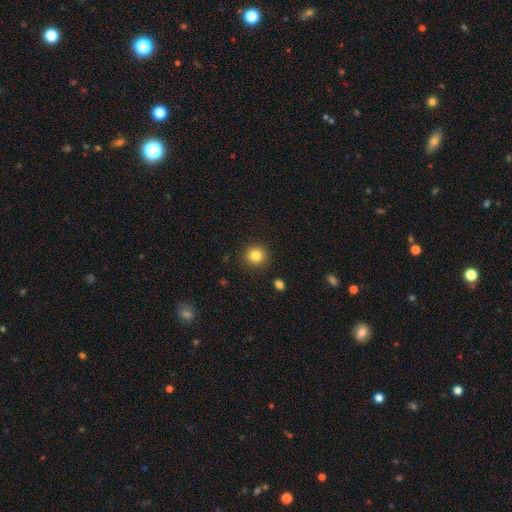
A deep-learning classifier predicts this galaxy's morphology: smooth 83%, star or artifact 11%, featured or disk 6%. Down the decision tree: how rounded — round (92%); merging — none (91%).